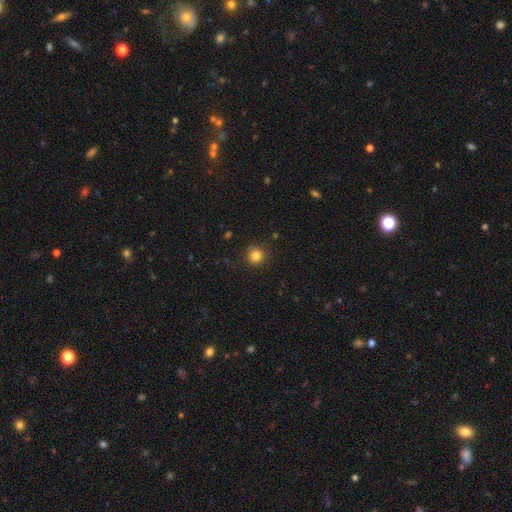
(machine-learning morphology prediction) smooth 83%, star or artifact 12%, featured or disk 5%. Down the decision tree: how rounded — round (93%); merging — none (88%).